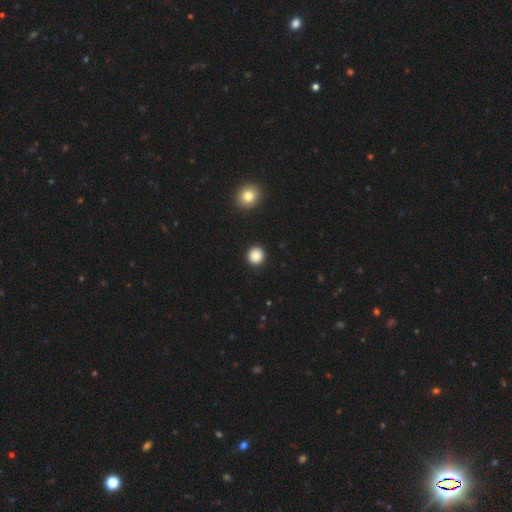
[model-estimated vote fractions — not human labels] A smooth galaxy with no disk features (87%) that is round (91%).

Vote fractions:
- Smooth or featured? smooth: 87% / star or artifact: 10% / featured or disk: 3%
- How rounded? round: 91% / in between: 9% / cigar-shaped: 1%
- Merging? none: 92% / minor disturbance: 5% / major disturbance: 2% / merger: 1%